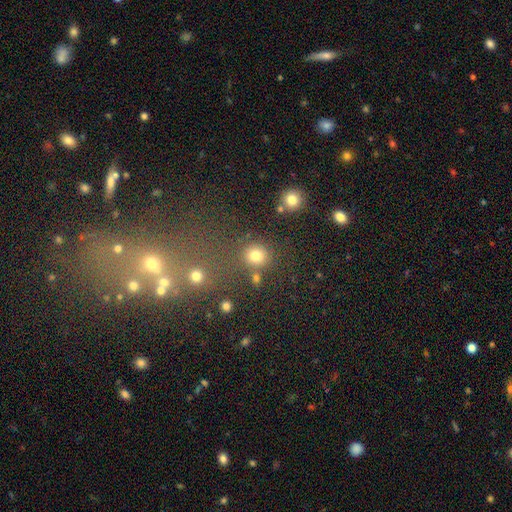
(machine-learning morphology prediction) Smooth or featured: smooth — 79% (star or artifact — 15%)
How rounded: round — 85% (in between — 14%)
Merging: none — 76% (merger — 10%)